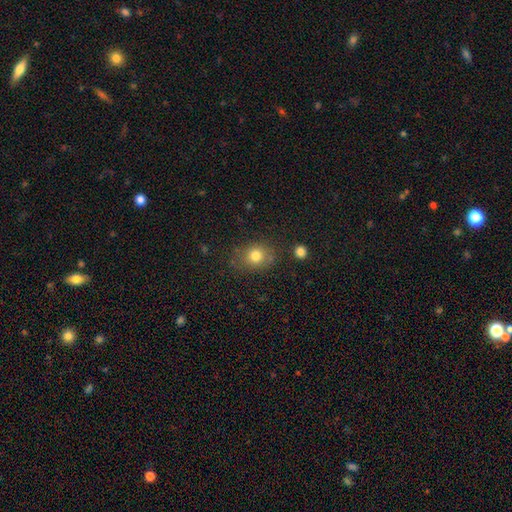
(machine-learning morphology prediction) Q: Smooth or featured?
A: smooth (79%); runner-up: star or artifact (12%)
Q: How rounded?
A: round (64%); runner-up: in between (35%)
Q: Merging?
A: none (73%); runner-up: minor disturbance (16%)